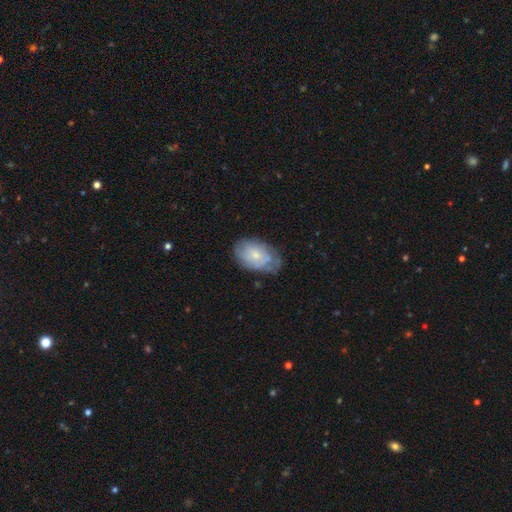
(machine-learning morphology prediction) Overall: smooth (58%; featured or disk 35%). How rounded: in between (89%). Merging: none (58%; minor disturbance 31%).